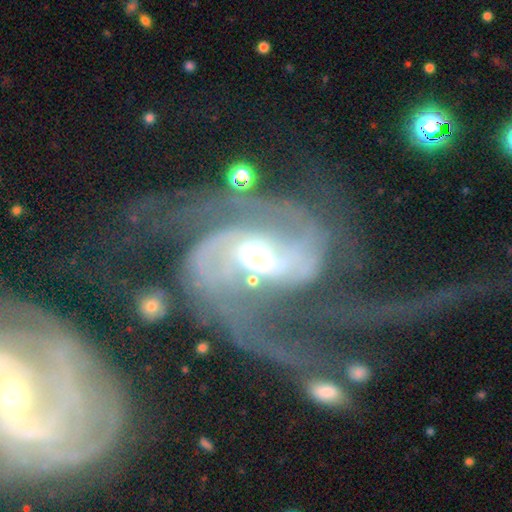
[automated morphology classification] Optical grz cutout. It shows a featured or disk galaxy (91%) with a weak bar (42%), 2 (82%) medium (49%) spiral arms (97%) and a moderate central bulge (64%). Merging: none (40%).